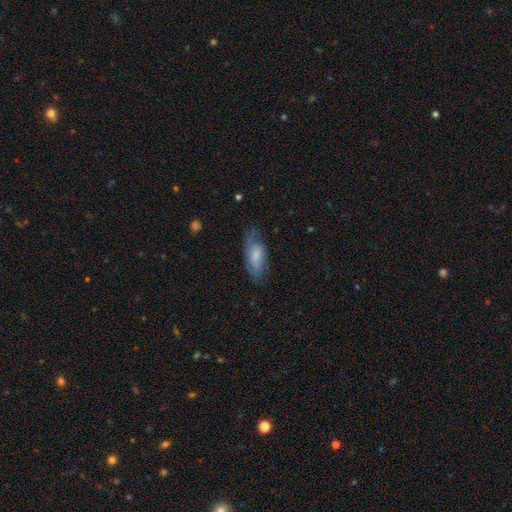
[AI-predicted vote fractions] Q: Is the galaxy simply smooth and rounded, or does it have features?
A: smooth — 53%.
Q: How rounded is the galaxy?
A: in between — 79%.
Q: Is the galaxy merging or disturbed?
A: none — 60%.